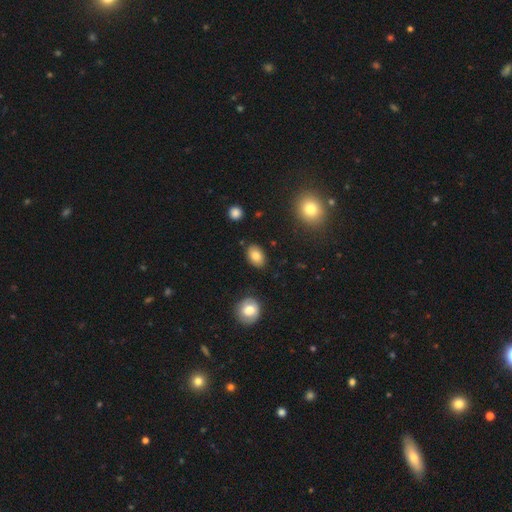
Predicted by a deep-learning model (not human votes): Smooth or featured? smooth (81%)
How rounded? in between (85%)
Merging? none (86%)